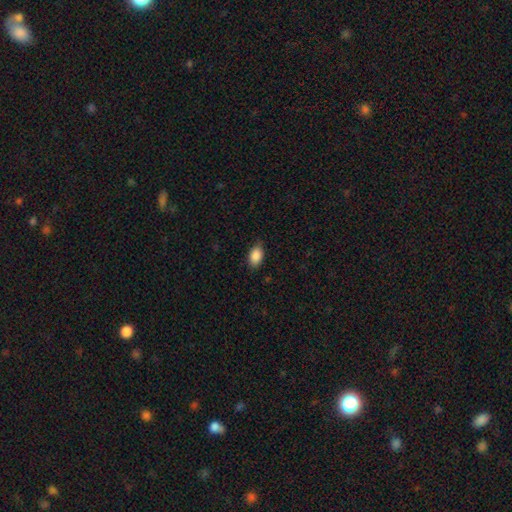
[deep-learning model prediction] A smooth galaxy with no disk features (89%) that is in between round and cigar-shaped (90%).

Vote fractions:
- Smooth or featured? smooth: 89% / star or artifact: 7% / featured or disk: 4%
- How rounded? in between: 90% / round: 9% / cigar-shaped: 2%
- Merging? none: 80% / minor disturbance: 16% / major disturbance: 3% / merger: 1%